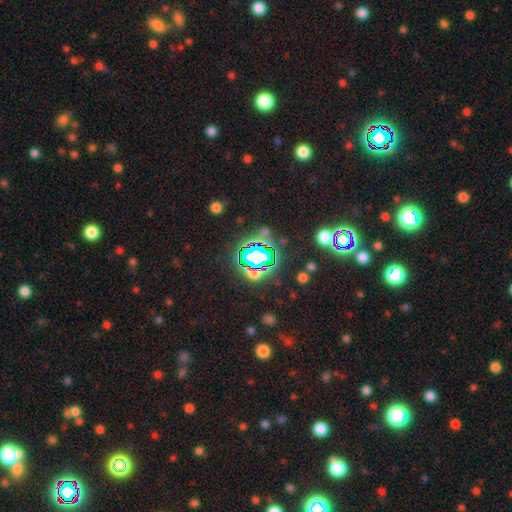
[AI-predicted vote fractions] Smooth or featured: star or artifact — 78% (smooth — 14%)